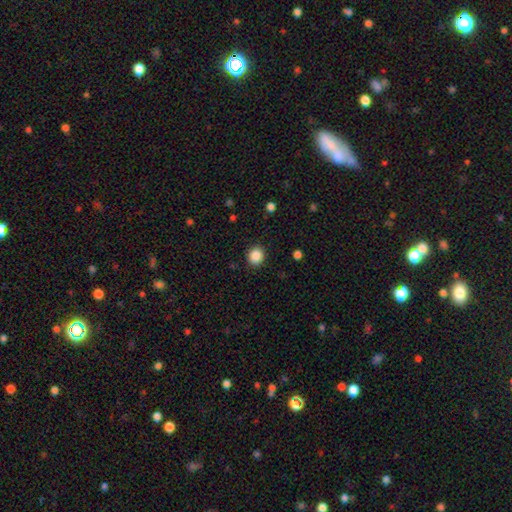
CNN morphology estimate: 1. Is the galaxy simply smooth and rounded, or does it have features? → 87% smooth, 10% star or artifact, 3% featured or disk.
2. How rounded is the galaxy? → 80% round, 19% in between, 1% cigar-shaped.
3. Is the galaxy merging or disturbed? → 90% none, 6% minor disturbance, 2% major disturbance, 1% merger.